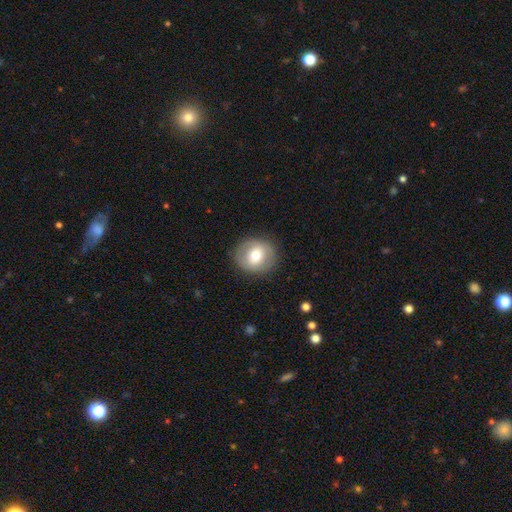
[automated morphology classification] Smooth or featured? smooth (65%)
How rounded? round (85%)
Merging? none (87%)